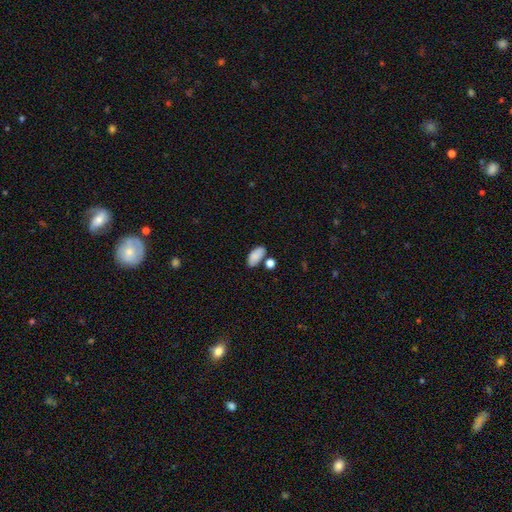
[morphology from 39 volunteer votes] type=smooth (92%); roundness=in between (92%); merging=none (54%).